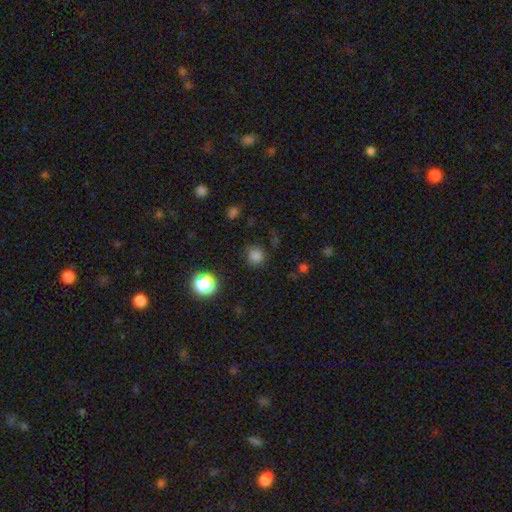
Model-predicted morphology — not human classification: The model was most divided on "smooth or featured": smooth: 77%, star or artifact: 16%, featured or disk: 7%. More confident: how rounded — round (87%); merging — none (77%).